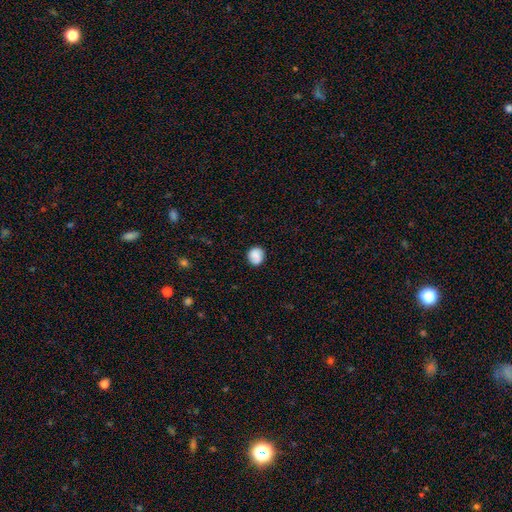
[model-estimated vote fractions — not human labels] Smooth or featured? Predicted: smooth (p=0.79). How rounded? Predicted: round (p=0.80). Merging? Predicted: none (p=0.82).